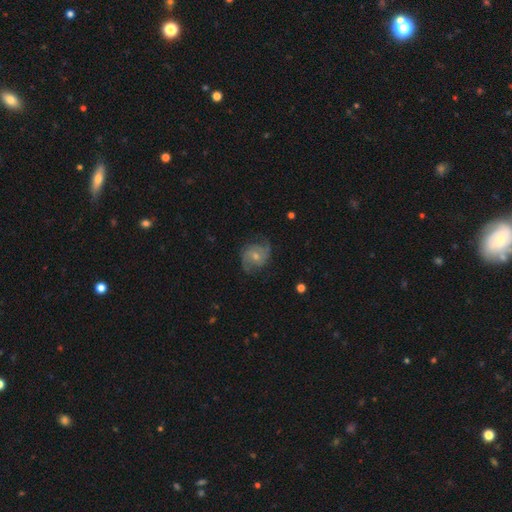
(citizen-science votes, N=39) A featured or disk galaxy (74%) with no bar (54%), 2 (81%) loose (48%) spiral arms (96%) and a moderate central bulge (61%).

Vote fractions:
- Smooth or featured? featured or disk: 74% / smooth: 21% / star or artifact: 5%
- Edge-on disk? no: 97% / yes: 3%
- Bar? no: 54% / weak: 46% / strong: 0%
- Spiral arms? yes: 96% / no: 4%
- Spiral winding? loose: 48% / medium: 44% / tight: 7%
- Spiral arm count? 2: 81% / can't tell: 15% / 1: 4% / 3: 0% / 4: 0% / more than 4: 0%
- Bulge size? moderate: 61% / small: 36% / large: 4% / dominant: 0% / none: 0%
- Merging? none: 65% / minor disturbance: 27% / major disturbance: 8% / merger: 0%